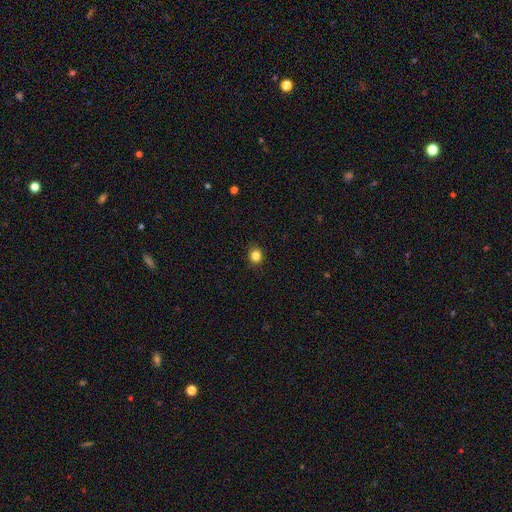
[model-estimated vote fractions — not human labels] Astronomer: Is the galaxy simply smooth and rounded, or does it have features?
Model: smooth — 83%.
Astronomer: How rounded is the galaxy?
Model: round — 83%.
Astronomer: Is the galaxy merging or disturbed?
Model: none — 89%.